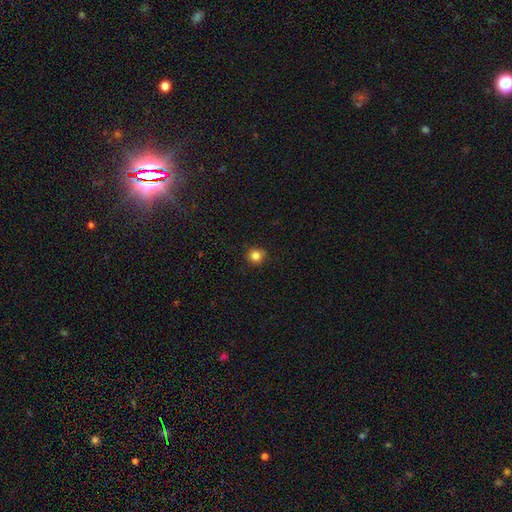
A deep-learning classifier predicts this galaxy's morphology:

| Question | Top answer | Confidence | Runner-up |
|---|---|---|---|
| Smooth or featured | smooth | 84% | star or artifact (12%) |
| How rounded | round | 91% | in between (8%) |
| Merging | none | 89% | minor disturbance (8%) |